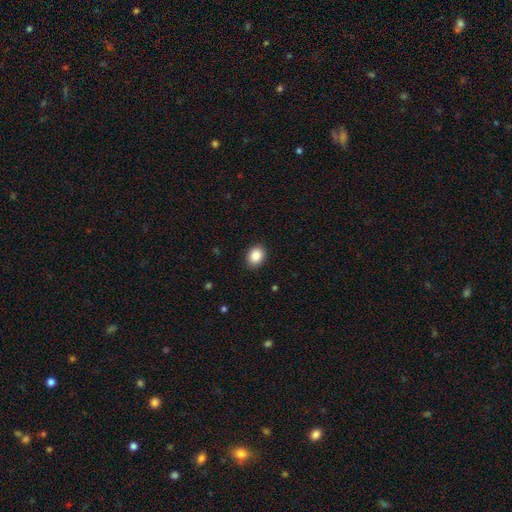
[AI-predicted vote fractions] Smooth or featured? Predicted: smooth (p=0.88). How rounded? Predicted: in between (p=0.55). Merging? Predicted: none (p=0.90).